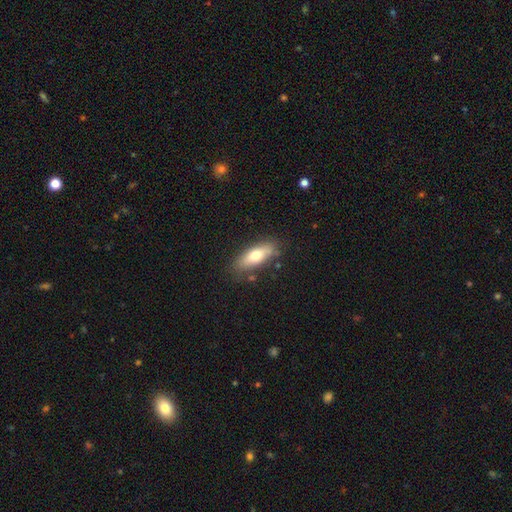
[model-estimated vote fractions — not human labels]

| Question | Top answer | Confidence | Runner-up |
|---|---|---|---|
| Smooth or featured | smooth | 69% | featured or disk (25%) |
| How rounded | in between | 66% | cigar-shaped (31%) |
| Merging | none | 77% | minor disturbance (16%) |